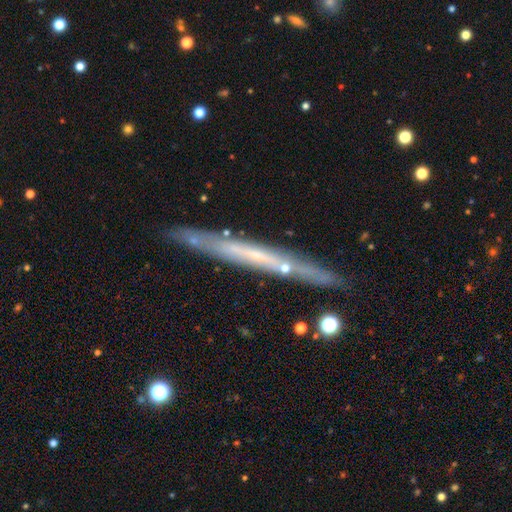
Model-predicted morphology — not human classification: Smooth or featured?
  - featured or disk: 66% *
  - smooth: 27%
  - star or artifact: 7%
Edge-on disk?
  - yes: 92% *
  - no: 8%
Edge-on bulge?
  - none: 85% *
  - rounded: 11%
  - boxy: 5%
Merging?
  - none: 84% *
  - minor disturbance: 11%
  - merger: 3%
  - major disturbance: 2%